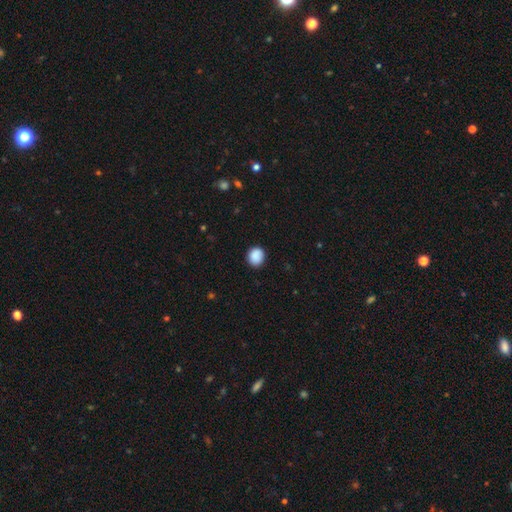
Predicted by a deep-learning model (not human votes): Smooth or featured?
  - smooth: 89% *
  - star or artifact: 8%
  - featured or disk: 3%
How rounded?
  - round: 76% *
  - in between: 23%
  - cigar-shaped: 1%
Merging?
  - none: 87% *
  - minor disturbance: 9%
  - major disturbance: 2%
  - merger: 1%